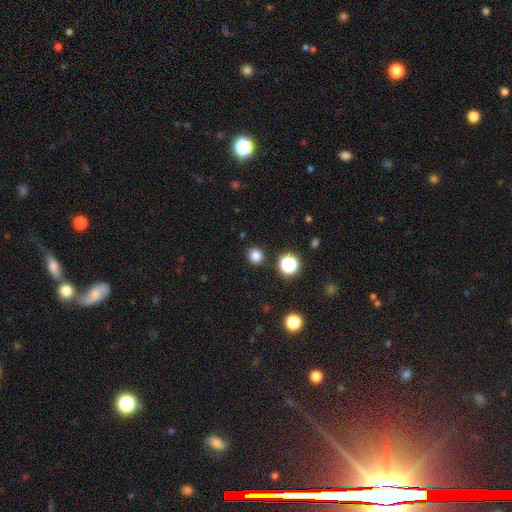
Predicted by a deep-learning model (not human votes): This is clearly a smooth galaxy (80%). How rounded: clearly round (86%). Merging: clearly none (89%).